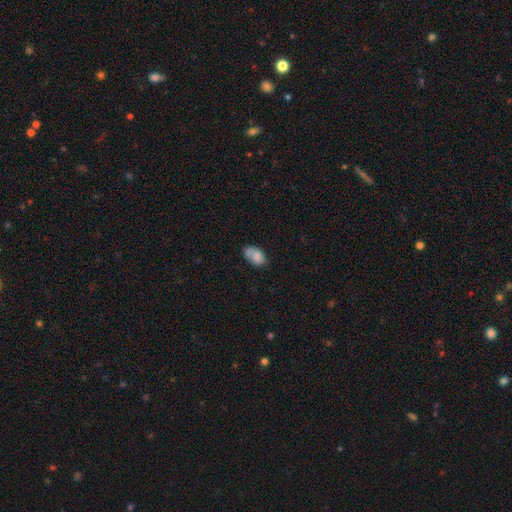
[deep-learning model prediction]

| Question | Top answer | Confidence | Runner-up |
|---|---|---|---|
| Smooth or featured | smooth | 76% | featured or disk (15%) |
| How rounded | in between | 88% | round (10%) |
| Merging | none | 48% | minor disturbance (26%) |